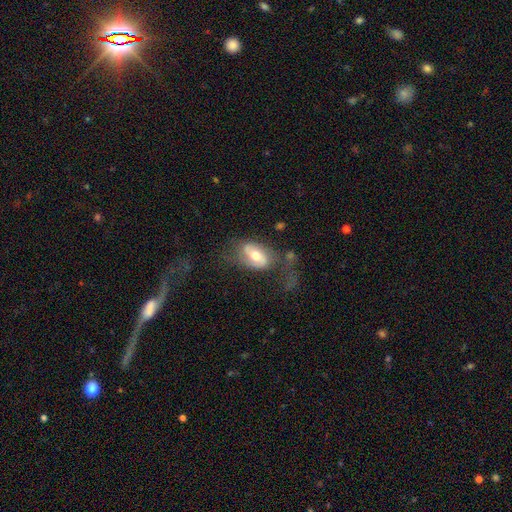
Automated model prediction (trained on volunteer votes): smooth_or_featured: featured or disk (p=0.61) [alt: smooth p=0.33]
disk_edge_on: no (p=0.93) [alt: yes p=0.07]
bar: weak (p=0.40) [alt: no p=0.34]
has_spiral_arms: yes (p=0.75) [alt: no p=0.25]
bulge_size: moderate (p=0.72) [alt: large p=0.15]
merging: none (p=0.42) [alt: major disturbance p=0.30]